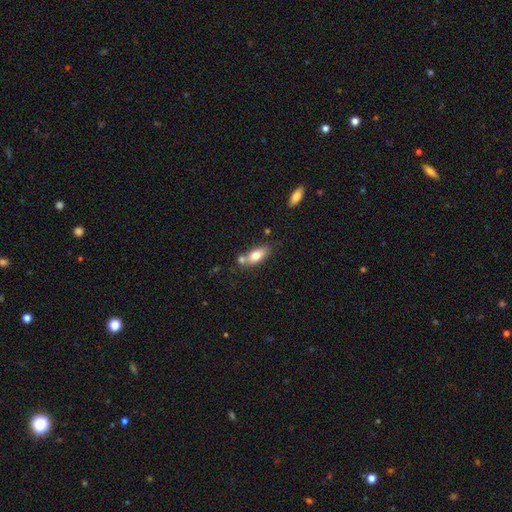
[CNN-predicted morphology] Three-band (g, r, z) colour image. It shows a smooth galaxy with no disk features (75%) that is in between round and cigar-shaped (81%). Merging: none (52%).